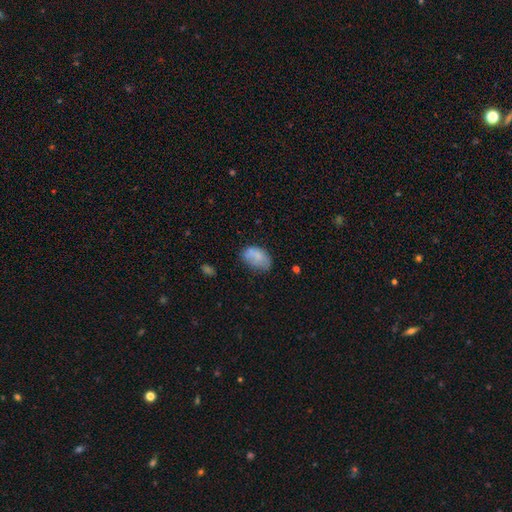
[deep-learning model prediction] This is likely a smooth galaxy (76%). How rounded: clearly in between (89%). Merging: possibly none (54%).